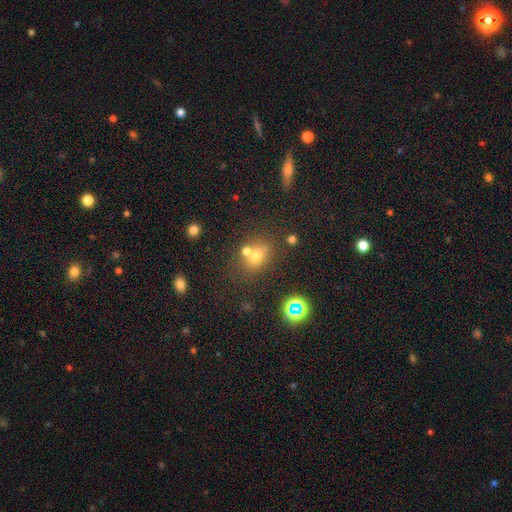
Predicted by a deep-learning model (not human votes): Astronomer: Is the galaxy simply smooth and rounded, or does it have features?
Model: smooth — 63%.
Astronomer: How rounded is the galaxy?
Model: round — 59% (runner-up: in between, 40%).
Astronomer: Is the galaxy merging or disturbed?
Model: none — 57%.